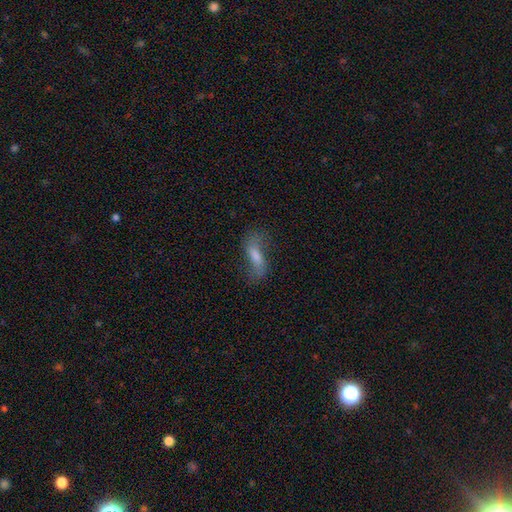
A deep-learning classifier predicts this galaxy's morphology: smooth_or_featured: featured or disk (p=0.51) [alt: smooth p=0.38]
disk_edge_on: no (p=0.82) [alt: yes p=0.18]
merging: none (p=0.65) [alt: minor disturbance p=0.20]